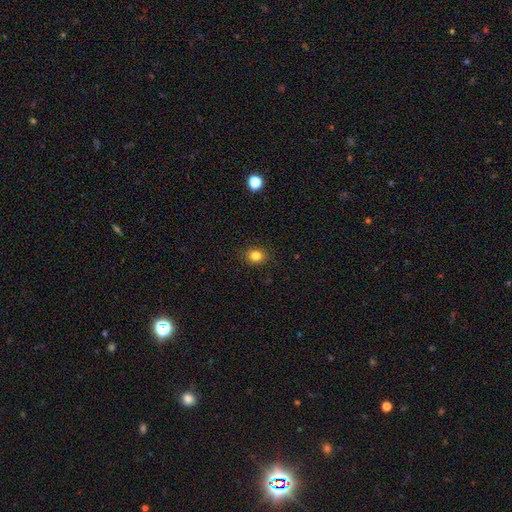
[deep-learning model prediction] Morphology: type=smooth (82%); roundness=round (70%); merging=none (89%).